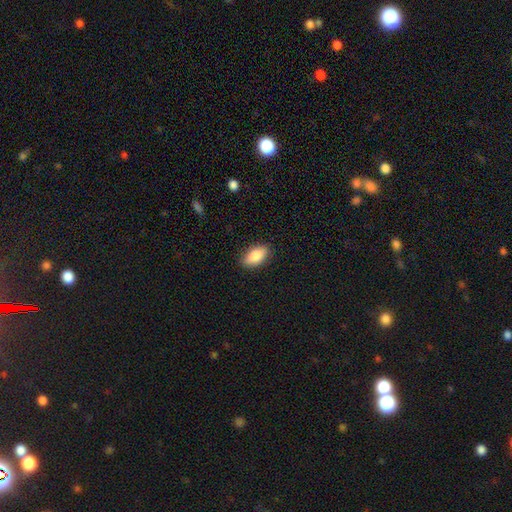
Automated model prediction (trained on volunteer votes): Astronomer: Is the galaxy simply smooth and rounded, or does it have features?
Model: smooth — 81%.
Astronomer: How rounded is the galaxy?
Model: in between — 88%.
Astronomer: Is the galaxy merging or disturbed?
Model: none — 87%.